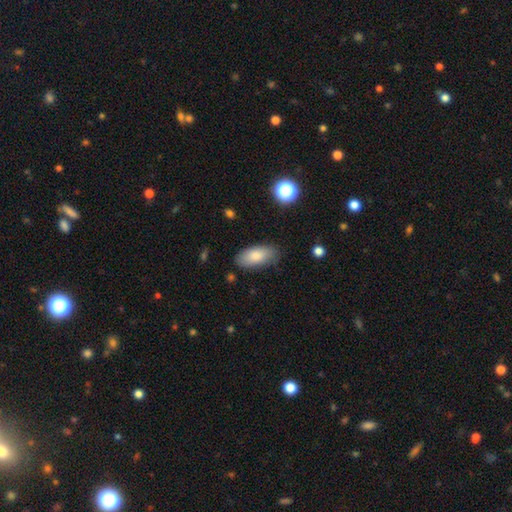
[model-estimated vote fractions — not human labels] A smooth galaxy with no disk features (82%) that is in between round and cigar-shaped (89%). Merging: none (80%).